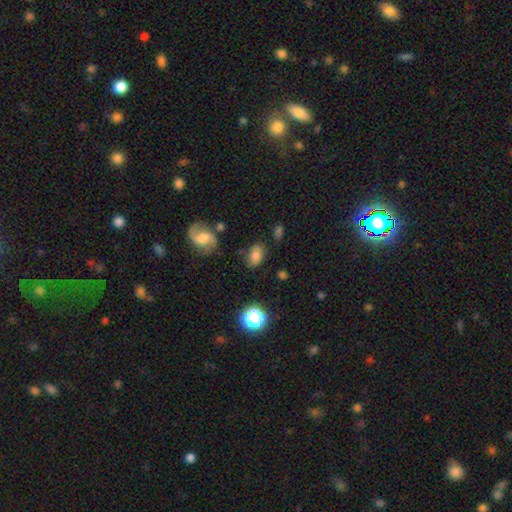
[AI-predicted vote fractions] smooth 71%, featured or disk 16%, star or artifact 12%. Down the decision tree: how rounded — in between (83%); merging — none (76%).